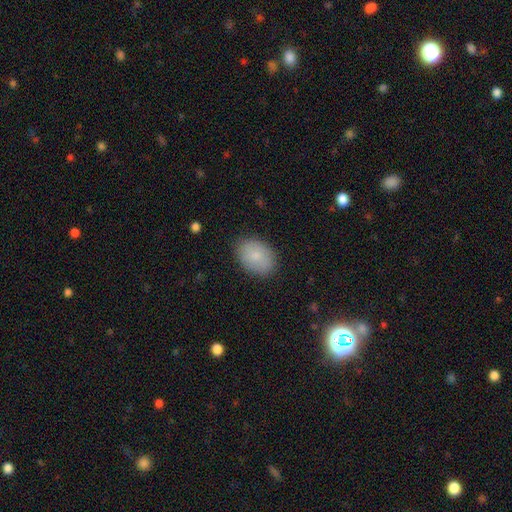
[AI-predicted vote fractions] Smooth or featured? Predicted: smooth (p=0.82). How rounded? Predicted: in between (p=0.78). Merging? Predicted: none (p=0.85).